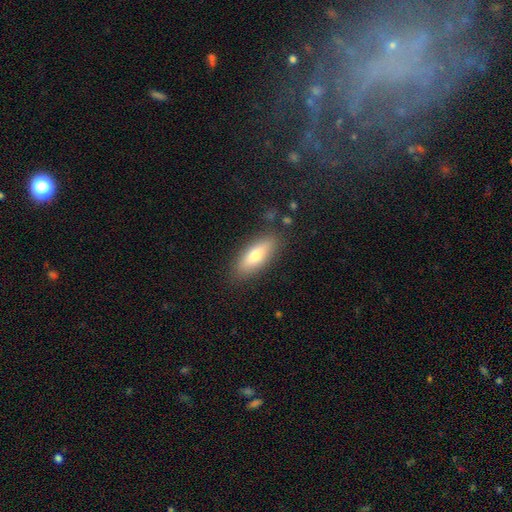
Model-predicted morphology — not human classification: A smooth galaxy with no disk features (71%) that is in between round and cigar-shaped (64%). Merging: none (85%).